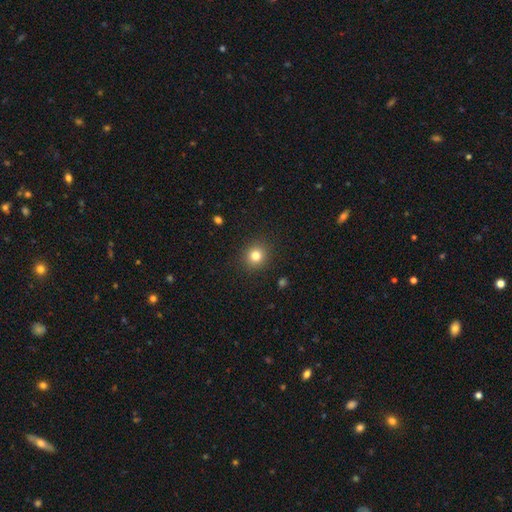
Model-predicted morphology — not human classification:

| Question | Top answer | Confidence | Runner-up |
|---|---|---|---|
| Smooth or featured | smooth | 81% | star or artifact (12%) |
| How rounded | round | 87% | in between (12%) |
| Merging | none | 91% | minor disturbance (6%) |